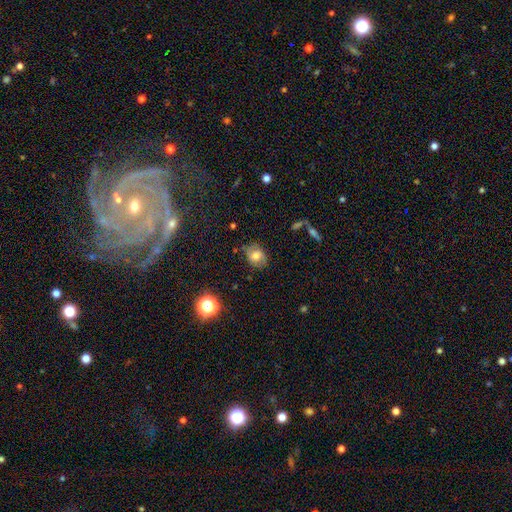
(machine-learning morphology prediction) A smooth galaxy with no disk features (67%) that is in between round and cigar-shaped (56%).

Vote fractions:
- Smooth or featured? smooth: 67% / featured or disk: 21% / star or artifact: 13%
- How rounded? in between: 56% / round: 43% / cigar-shaped: 1%
- Merging? none: 74% / minor disturbance: 19% / major disturbance: 4% / merger: 2%